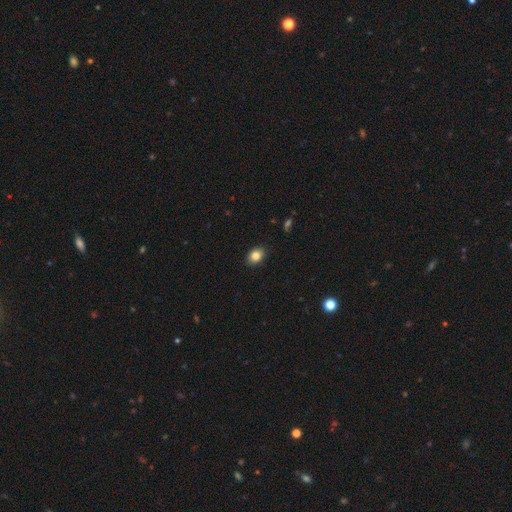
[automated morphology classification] This appears to be a smooth galaxy with no disk features (85%) that is in between round and cigar-shaped (69%). Merging: none (89%).